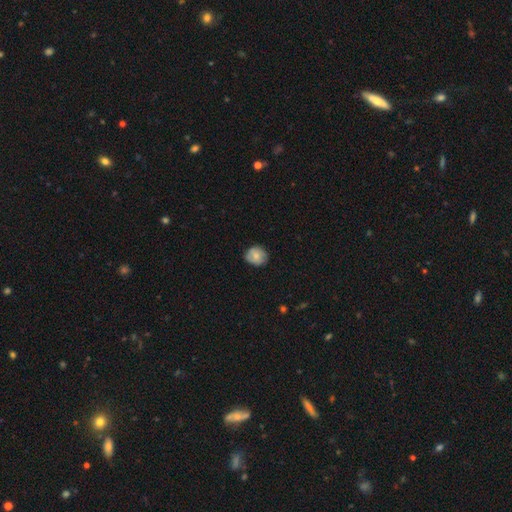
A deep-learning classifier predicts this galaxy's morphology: type=smooth (66%); roundness=round (76%); merging=none (73%).